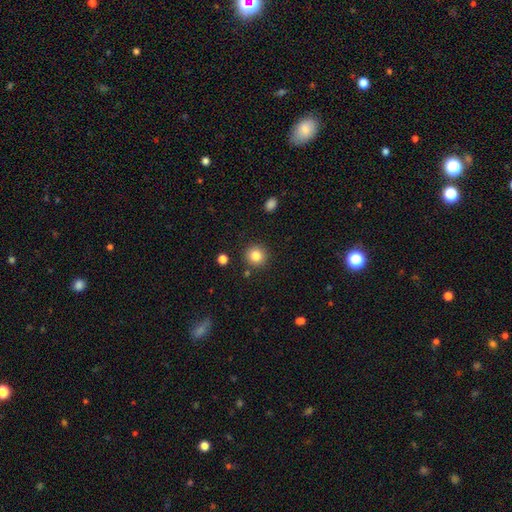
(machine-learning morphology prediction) Q: Smooth or featured?
A: smooth (83%); runner-up: star or artifact (11%)
Q: How rounded?
A: round (94%); runner-up: in between (5%)
Q: Merging?
A: none (89%); runner-up: minor disturbance (6%)